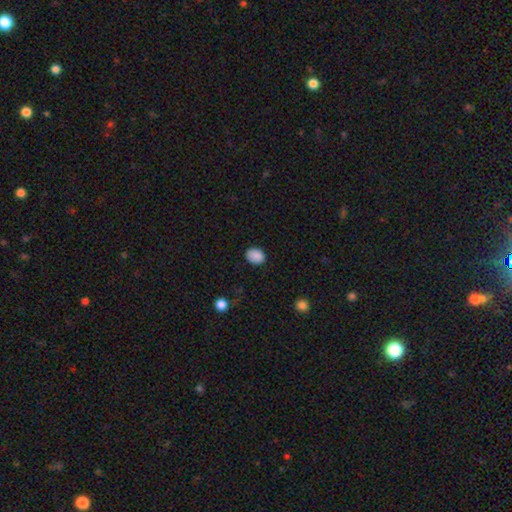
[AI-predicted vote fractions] Morphology: type=smooth (89%); roundness=in between (61%); merging=none (86%).